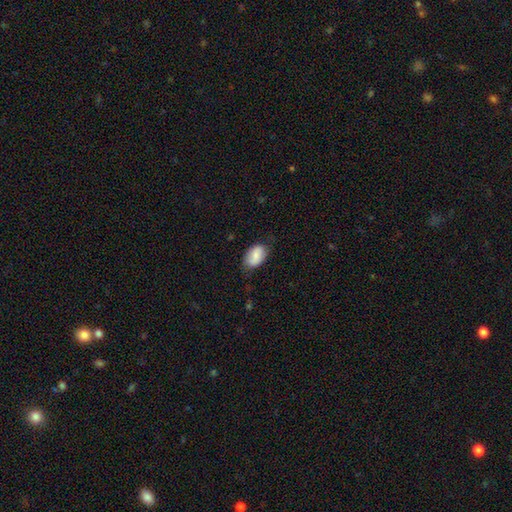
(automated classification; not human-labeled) smooth 78%, featured or disk 15%, star or artifact 7%. Down the decision tree: how rounded — in between (90%); merging — none (71%).